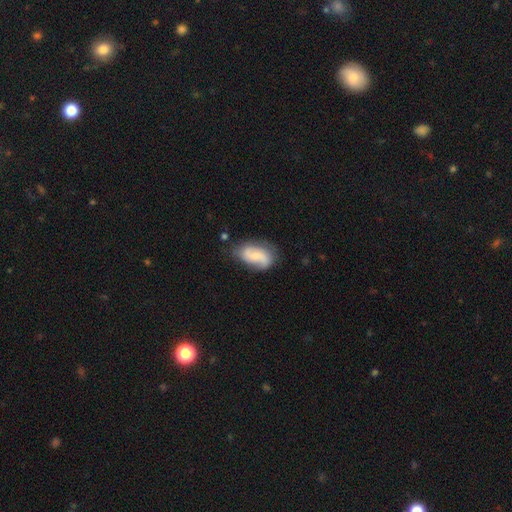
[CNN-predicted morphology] featured or disk 56%, smooth 37%, star or artifact 7%. Down the decision tree: edge-on disk — no (96%); bar — no (53%); spiral arms — yes (87%); bulge size — small (50%); merging — none (62%).